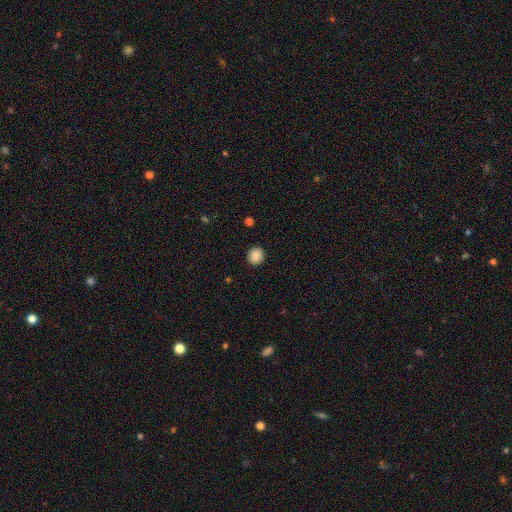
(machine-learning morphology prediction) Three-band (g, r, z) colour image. It shows a smooth galaxy with no disk features (88%) that is round (78%). Merging: none (90%).